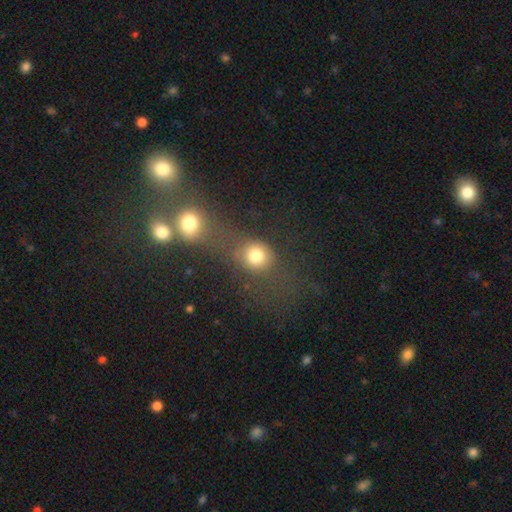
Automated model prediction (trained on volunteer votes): Smooth or featured? smooth (77%)
How rounded? round (76%)
Merging? merger (40%, tied with none)